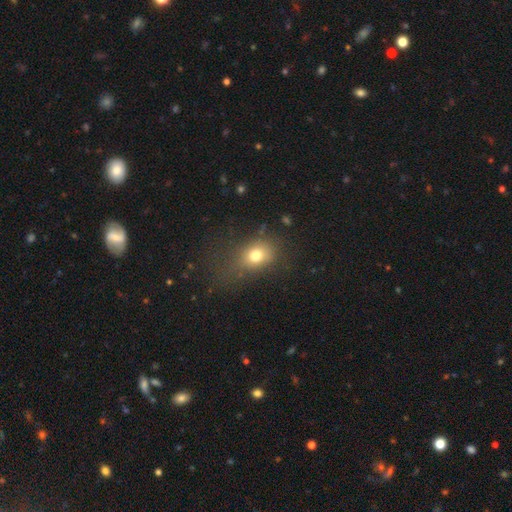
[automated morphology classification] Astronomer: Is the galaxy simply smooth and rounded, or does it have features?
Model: smooth — 74%.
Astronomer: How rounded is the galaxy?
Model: in between — 54% (runner-up: round, 44%).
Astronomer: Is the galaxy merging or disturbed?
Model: none — 61%.